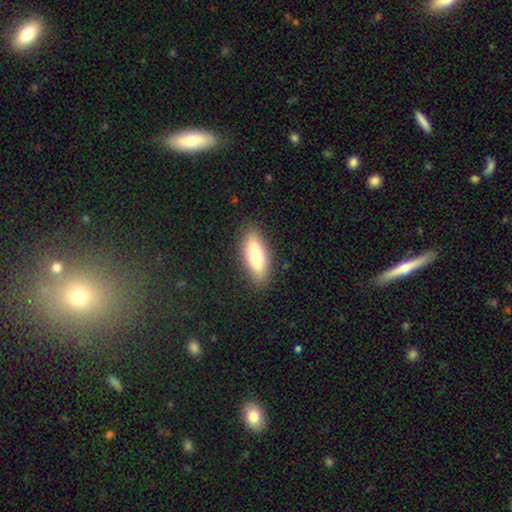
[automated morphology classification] Smooth or featured? Predicted: smooth (p=0.71). How rounded? Predicted: in between (p=0.70). Merging? Predicted: none (p=0.88).